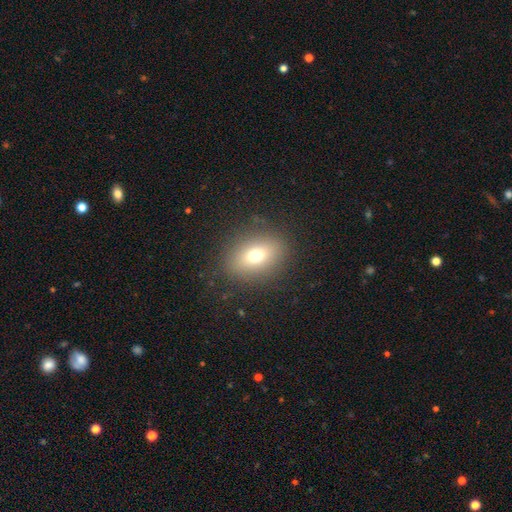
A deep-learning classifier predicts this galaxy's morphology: The model was most divided on "how rounded": in between: 66%, round: 32%, cigar-shaped: 2%. More confident: merging — none (85%); smooth or featured — smooth (71%).